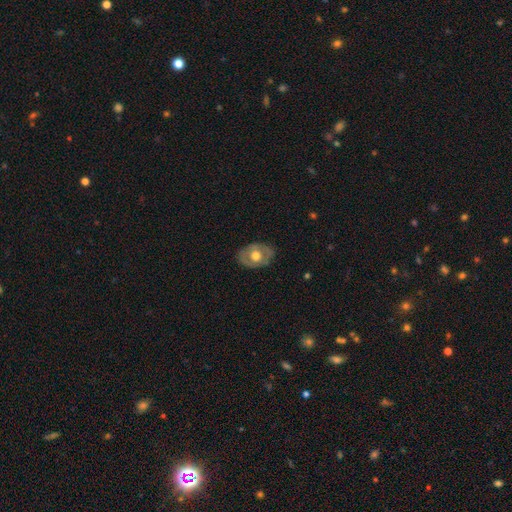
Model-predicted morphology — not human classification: Smooth or featured?
  - featured or disk: 54% *
  - smooth: 41%
  - star or artifact: 6%
Edge-on disk?
  - no: 92% *
  - yes: 8%
Merging?
  - none: 78% *
  - minor disturbance: 16%
  - major disturbance: 5%
  - merger: 1%